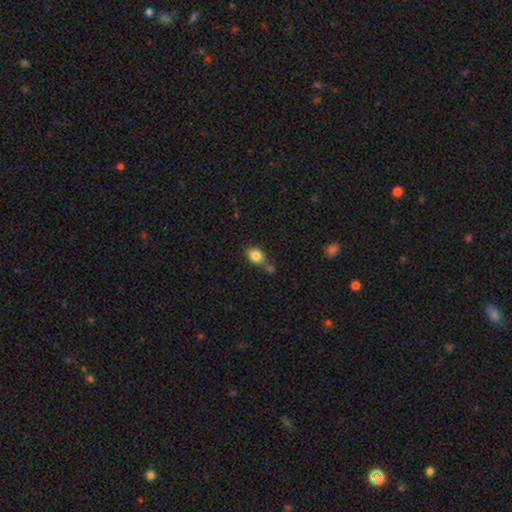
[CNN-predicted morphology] A smooth galaxy with no disk features (85%) that is in between round and cigar-shaped (68%). Merging: none (59%).